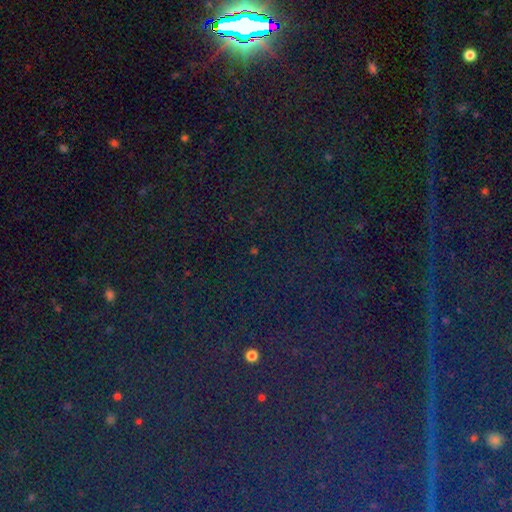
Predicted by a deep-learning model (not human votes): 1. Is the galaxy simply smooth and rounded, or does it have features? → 85% star or artifact, 8% smooth, 7% featured or disk.